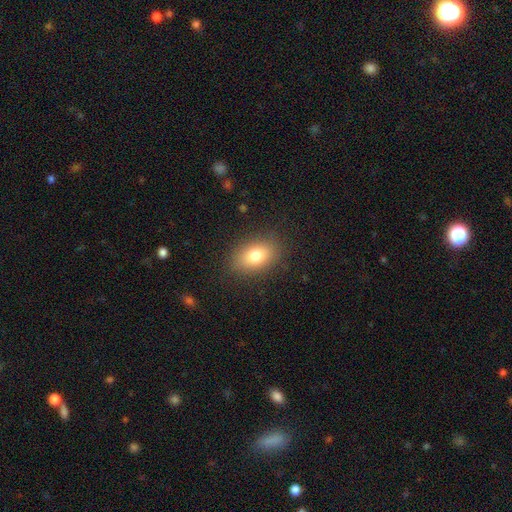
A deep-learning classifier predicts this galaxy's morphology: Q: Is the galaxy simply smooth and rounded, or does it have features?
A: smooth — 79%.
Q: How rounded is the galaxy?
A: in between — 84%.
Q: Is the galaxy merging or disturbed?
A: none — 86%.